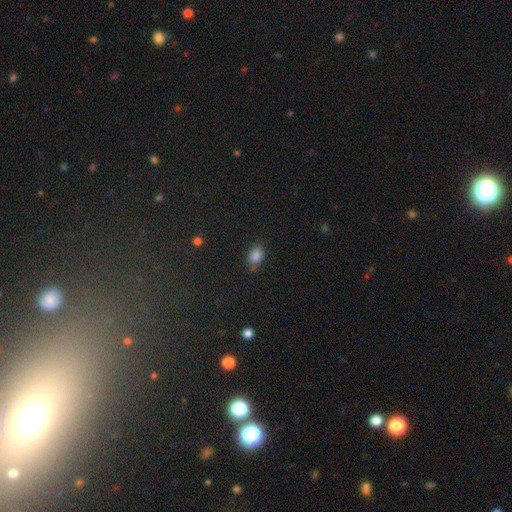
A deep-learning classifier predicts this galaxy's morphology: Smooth or featured?
  - smooth: 84% *
  - star or artifact: 12%
  - featured or disk: 5%
How rounded?
  - in between: 73% *
  - round: 25%
  - cigar-shaped: 1%
Merging?
  - none: 72% *
  - minor disturbance: 20%
  - major disturbance: 5%
  - merger: 3%